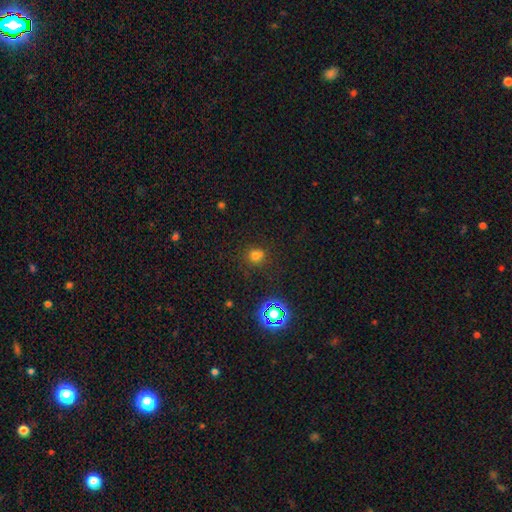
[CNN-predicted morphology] Smooth or featured? Predicted: smooth (p=0.67). How rounded? Predicted: round (p=0.85). Merging? Predicted: none (p=0.73).